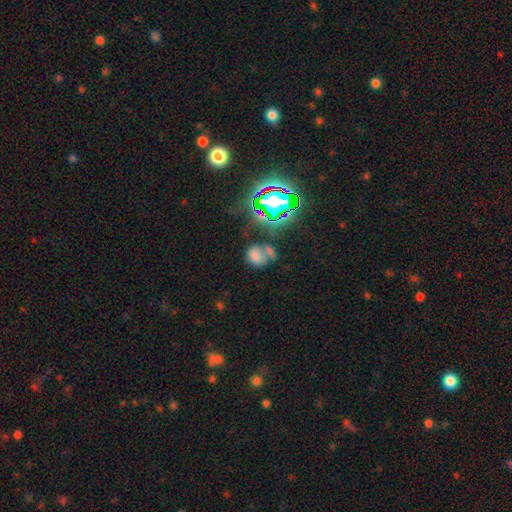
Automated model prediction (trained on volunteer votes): Smooth or featured: smooth — 56% (star or artifact — 26%)
How rounded: in between — 50% (round — 48%)
Merging: none — 35% (merger — 33%)